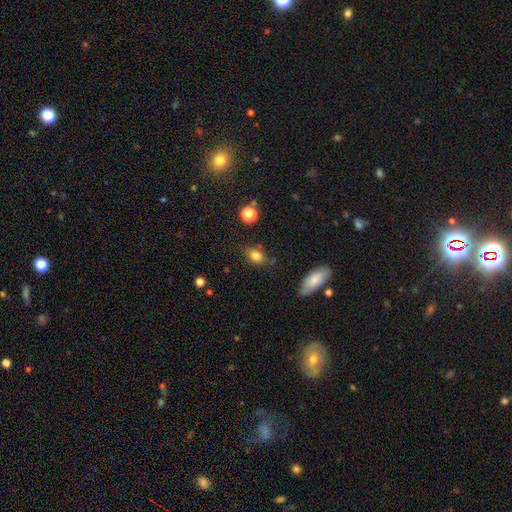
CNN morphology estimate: Smooth or featured? Predicted: smooth (p=0.81). How rounded? Predicted: in between (p=0.80). Merging? Predicted: none (p=0.77).